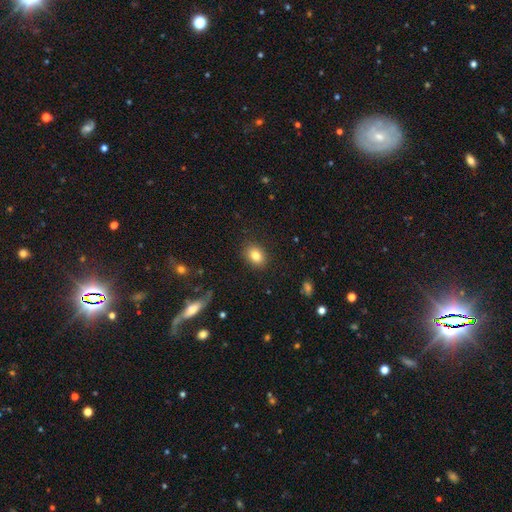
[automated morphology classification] The model was most divided on "how rounded": in between: 64%, round: 35%, cigar-shaped: 1%. More confident: merging — none (88%); smooth or featured — smooth (82%).